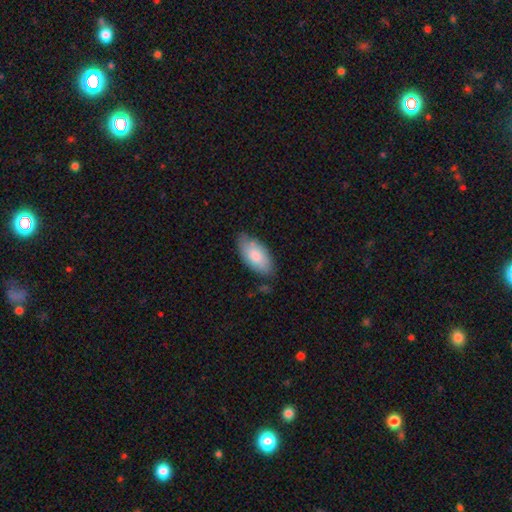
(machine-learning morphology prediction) smooth 81%, featured or disk 13%, star or artifact 5%. Down the decision tree: how rounded — in between (93%); merging — none (73%).